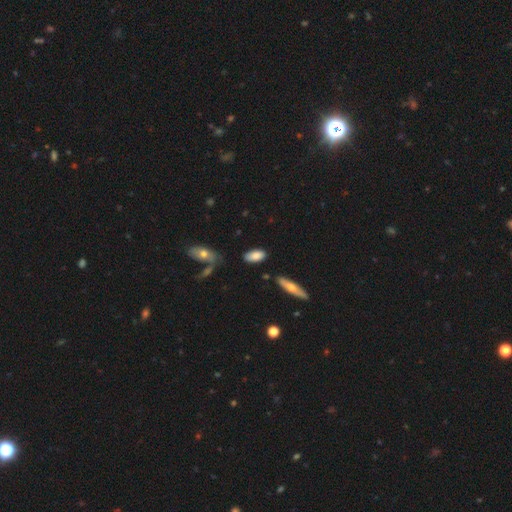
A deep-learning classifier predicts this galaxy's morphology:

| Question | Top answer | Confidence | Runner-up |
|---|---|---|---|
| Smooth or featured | smooth | 83% | featured or disk (11%) |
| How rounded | in between | 90% | cigar-shaped (8%) |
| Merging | none | 80% | minor disturbance (14%) |